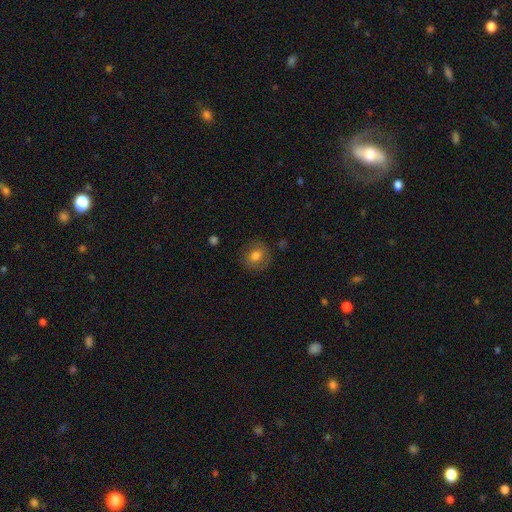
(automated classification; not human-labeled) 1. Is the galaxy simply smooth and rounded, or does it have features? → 75% smooth, 15% featured or disk, 10% star or artifact.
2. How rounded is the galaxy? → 78% round, 21% in between, 1% cigar-shaped.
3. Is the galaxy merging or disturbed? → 84% none, 11% minor disturbance, 4% major disturbance, 1% merger.